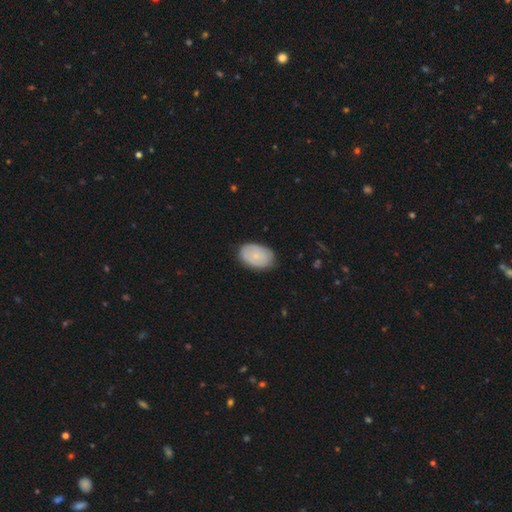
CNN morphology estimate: type=smooth (70%); roundness=in between (88%); merging=none (81%).